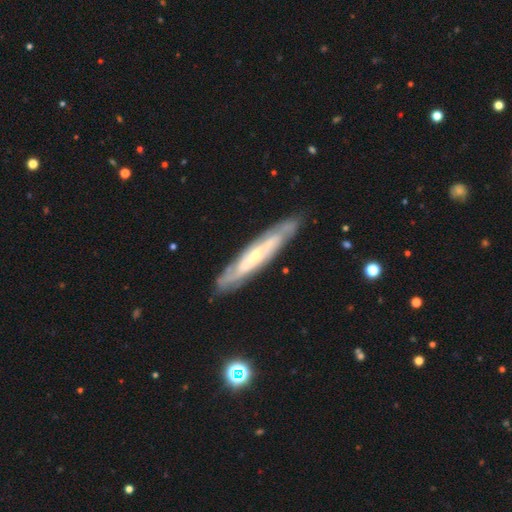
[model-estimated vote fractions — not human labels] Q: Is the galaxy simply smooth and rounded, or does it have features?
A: featured or disk — 76%.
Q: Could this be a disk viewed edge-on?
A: no — 58%.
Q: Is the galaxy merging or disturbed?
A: none — 84%.